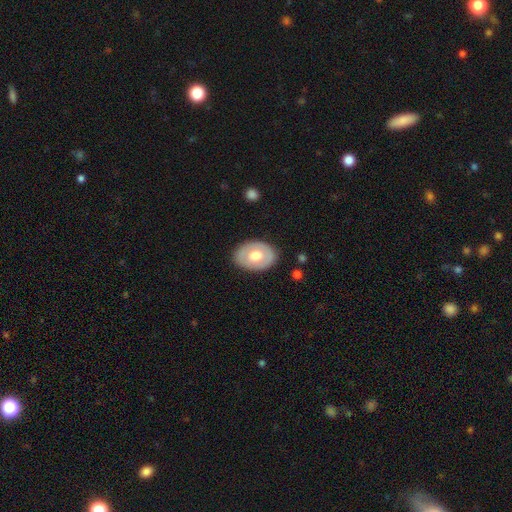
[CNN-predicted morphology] Smooth or featured?
  - smooth: 55% *
  - featured or disk: 40%
  - star or artifact: 5%
How rounded?
  - in between: 78% *
  - round: 21%
  - cigar-shaped: 1%
Merging?
  - none: 85% *
  - minor disturbance: 11%
  - major disturbance: 3%
  - merger: 1%